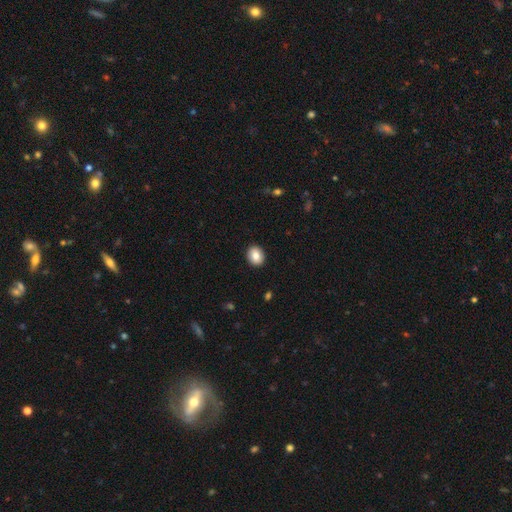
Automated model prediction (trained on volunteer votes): smooth-or-featured: smooth: 83% | featured or disk: 9% | star or artifact: 8%
  how-rounded: round: 55% | in between: 44% | cigar-shaped: 1%
  merging: none: 92% | minor disturbance: 6% | major disturbance: 2% | merger: 1%